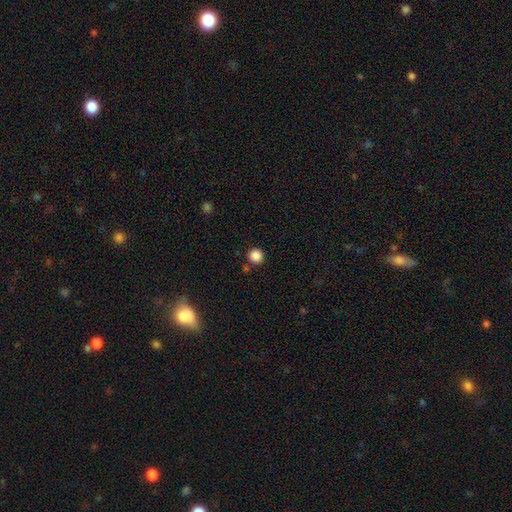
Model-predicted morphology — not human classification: smooth_or_featured: smooth (p=0.86) [alt: star or artifact p=0.11]
how_rounded: round (p=0.94) [alt: in between p=0.05]
merging: none (p=0.87) [alt: minor disturbance p=0.07]